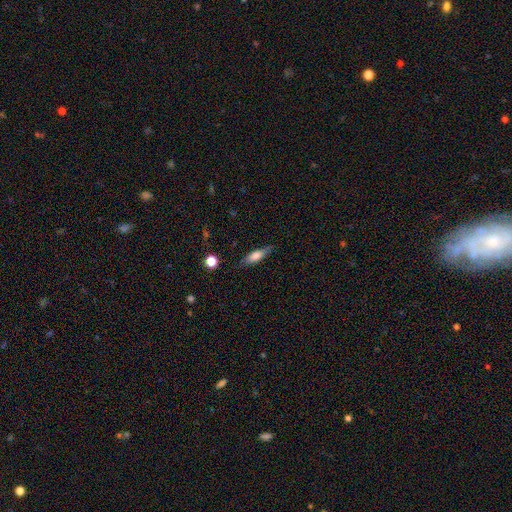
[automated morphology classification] This appears to be a smooth galaxy with no disk features (65%) that is cigar-shaped (55%). Merging: none (78%).